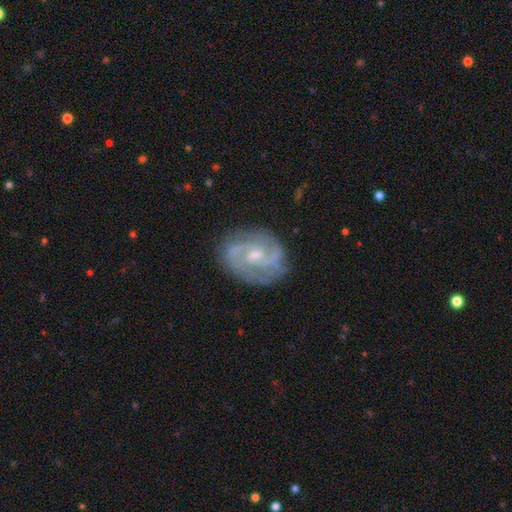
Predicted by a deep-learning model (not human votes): Morphology: type=featured or disk (87%); edge-on=no (98%); bar=weak (56%); spiral arms=yes (96%); winding=medium (47%); arm count=2 (66%); bulge=small (54%); merging=none (78%).